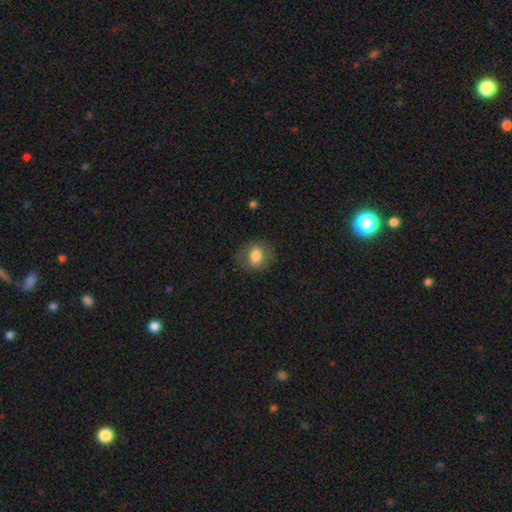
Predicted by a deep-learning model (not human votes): Smooth or featured? smooth (75%)
How rounded? in between (61%)
Merging? none (74%)